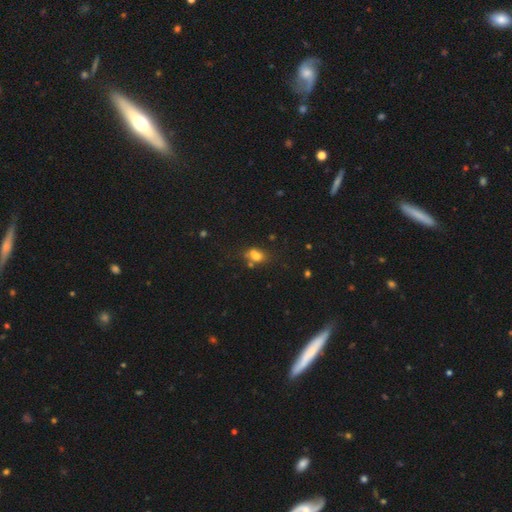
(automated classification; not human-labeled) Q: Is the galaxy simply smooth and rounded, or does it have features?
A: smooth — 69%.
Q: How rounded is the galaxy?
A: in between — 63%.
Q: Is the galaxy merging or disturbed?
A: none — 42%.